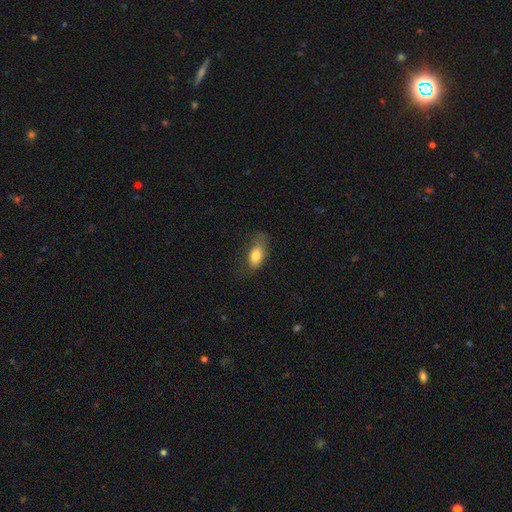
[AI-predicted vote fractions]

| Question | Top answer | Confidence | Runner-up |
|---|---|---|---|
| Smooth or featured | smooth | 79% | featured or disk (14%) |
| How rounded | in between | 87% | cigar-shaped (8%) |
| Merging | none | 54% | minor disturbance (28%) |